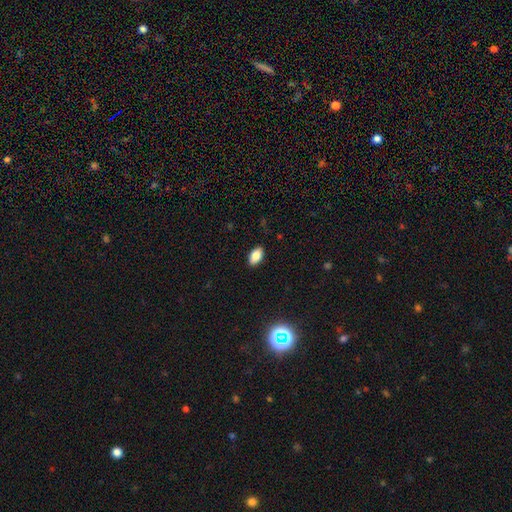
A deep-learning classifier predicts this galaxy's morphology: This appears to be a smooth galaxy with no disk features (84%) that is in between round and cigar-shaped (93%). Merging: none (88%).